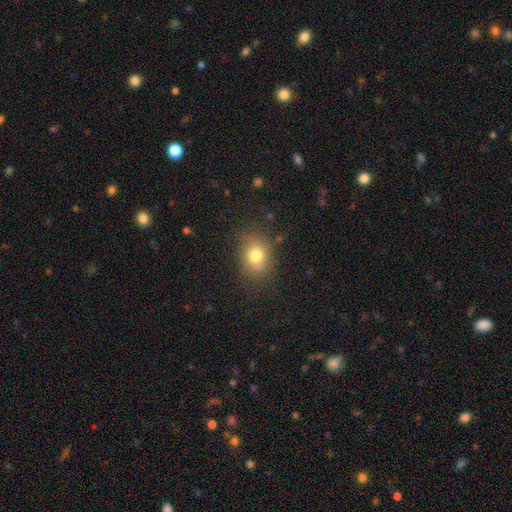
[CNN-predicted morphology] smooth 75%, featured or disk 14%, star or artifact 12%. Down the decision tree: how rounded — round (51%); merging — none (71%).